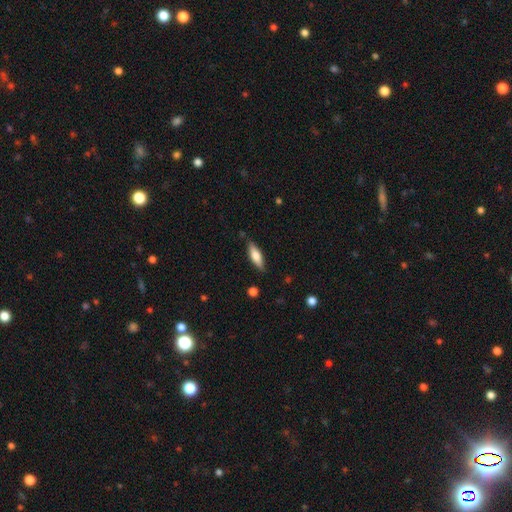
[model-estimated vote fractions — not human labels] A smooth galaxy with no disk features (68%) that is in between round and cigar-shaped (51%).

Vote fractions:
- Smooth or featured? smooth: 68% / featured or disk: 26% / star or artifact: 6%
- How rounded? in between: 51% / cigar-shaped: 47% / round: 2%
- Merging? none: 84% / minor disturbance: 12% / major disturbance: 2% / merger: 2%